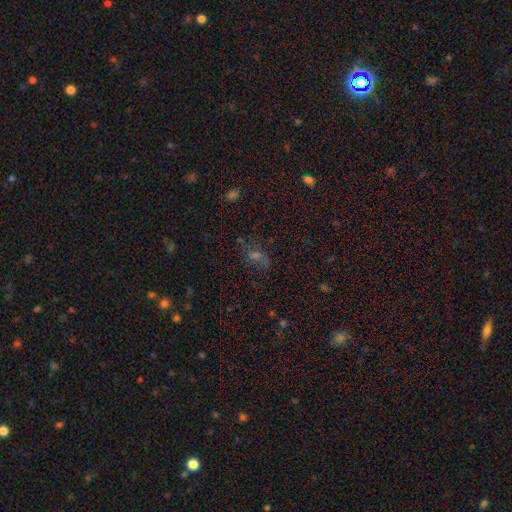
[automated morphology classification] Smooth or featured? smooth (41%)
Merging? none (69%)